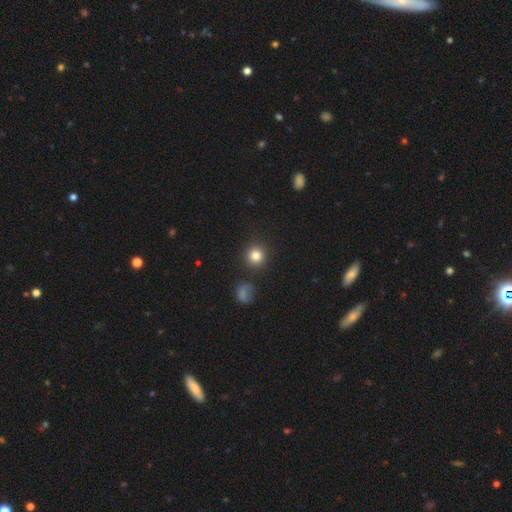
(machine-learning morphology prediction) This is clearly a smooth galaxy (83%). How rounded: clearly round (92%). Merging: clearly none (87%).